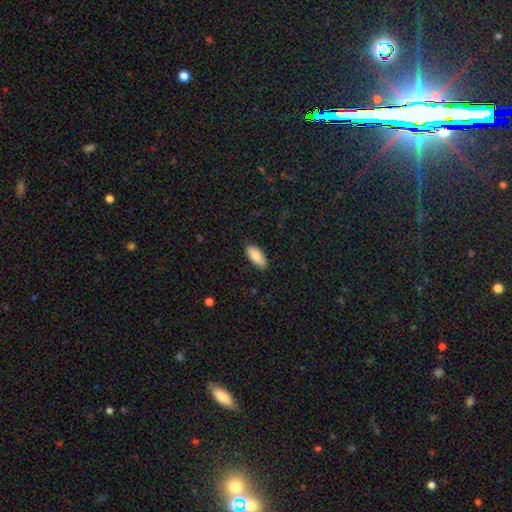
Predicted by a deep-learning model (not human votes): Smooth or featured: smooth — 89% (star or artifact — 6%)
How rounded: in between — 87% (cigar-shaped — 11%)
Merging: none — 86% (minor disturbance — 11%)